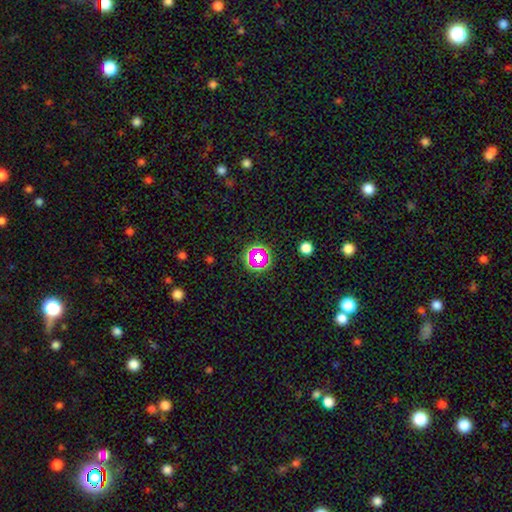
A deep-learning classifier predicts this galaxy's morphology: This is possibly a star or artifact rather than a galaxy (49%).